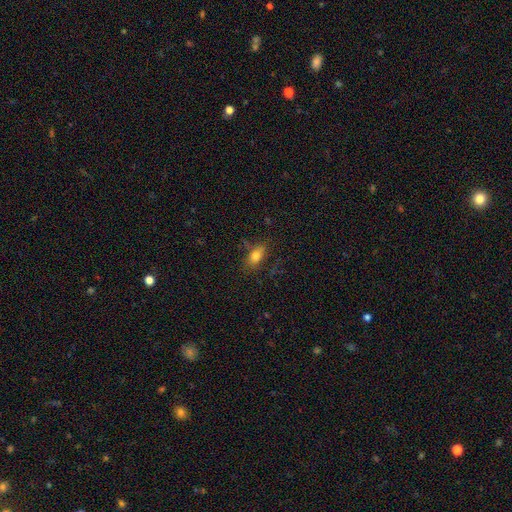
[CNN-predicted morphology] A smooth galaxy with no disk features (77%) that is in between round and cigar-shaped (83%).

Vote fractions:
- Smooth or featured? smooth: 77% / featured or disk: 12% / star or artifact: 10%
- How rounded? in between: 83% / round: 9% / cigar-shaped: 8%
- Merging? none: 74% / minor disturbance: 17% / major disturbance: 6% / merger: 3%